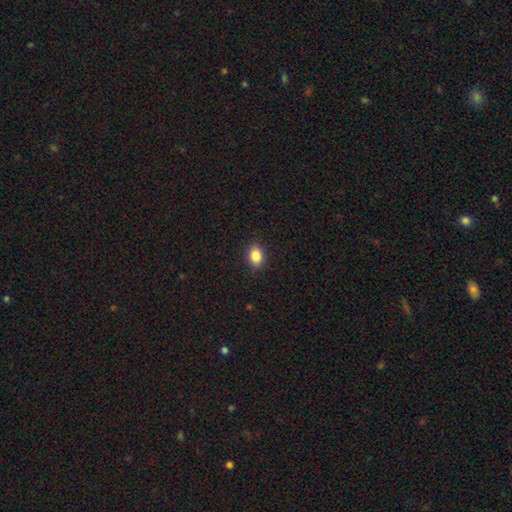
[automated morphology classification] smooth-or-featured: smooth: 86% | star or artifact: 9% | featured or disk: 5%
  how-rounded: in between: 69% | round: 29% | cigar-shaped: 1%
  merging: none: 89% | minor disturbance: 8% | major disturbance: 2% | merger: 1%